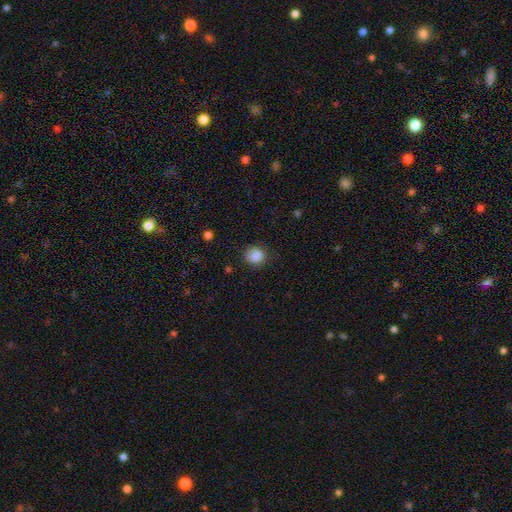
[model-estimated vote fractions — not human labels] Overall: smooth (86%). How rounded: round (80%). Merging: none (78%).